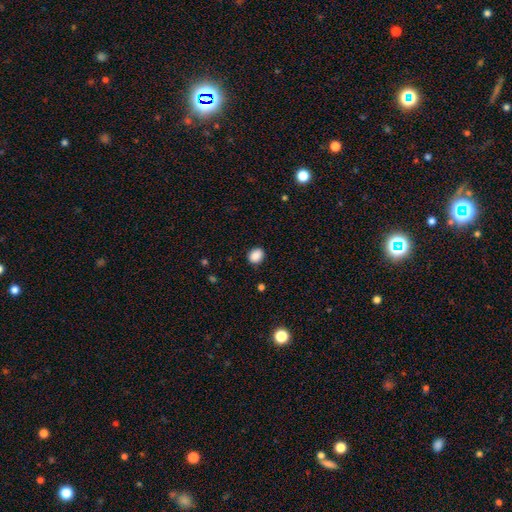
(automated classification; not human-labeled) A smooth galaxy with no disk features (88%) that is in between round and cigar-shaped (50%).

Vote fractions:
- Smooth or featured? smooth: 88% / star or artifact: 9% / featured or disk: 3%
- How rounded? in between: 50% / round: 49% / cigar-shaped: 1%
- Merging? none: 86% / minor disturbance: 11% / major disturbance: 2% / merger: 1%